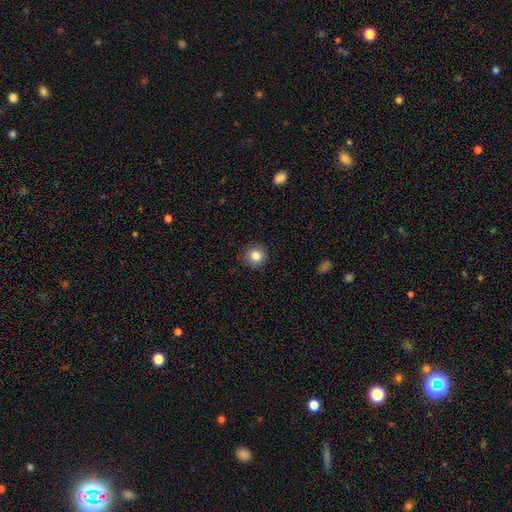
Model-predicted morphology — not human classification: A smooth galaxy with no disk features (83%) that is round (94%).

Vote fractions:
- Smooth or featured? smooth: 83% / star or artifact: 11% / featured or disk: 6%
- How rounded? round: 94% / in between: 6% / cigar-shaped: 1%
- Merging? none: 91% / minor disturbance: 6% / major disturbance: 2% / merger: 1%